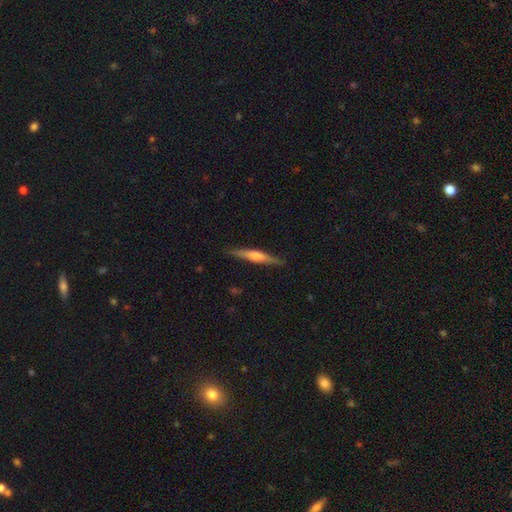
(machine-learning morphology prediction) smooth-or-featured: featured or disk: 62% | smooth: 32% | star or artifact: 6%
  disk-edge-on: yes: 97% | no: 3%
    edge-on-bulge: rounded: 72% | boxy: 16% | none: 12%
  merging: none: 89% | minor disturbance: 8% | major disturbance: 2% | merger: 1%